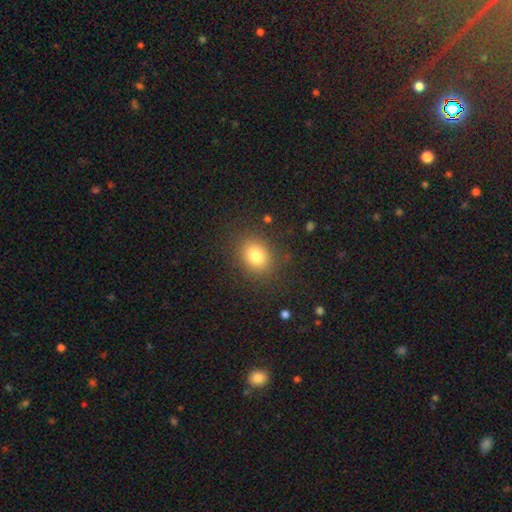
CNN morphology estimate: Q: Smooth or featured?
A: smooth (78%); runner-up: star or artifact (12%)
Q: How rounded?
A: round (57%); runner-up: in between (43%)
Q: Merging?
A: none (85%); runner-up: minor disturbance (9%)